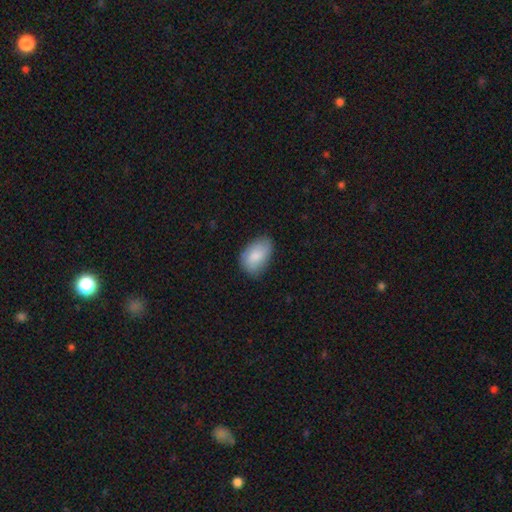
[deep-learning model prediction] A smooth galaxy with no disk features (79%) that is in between round and cigar-shaped (90%). Merging: none (73%).